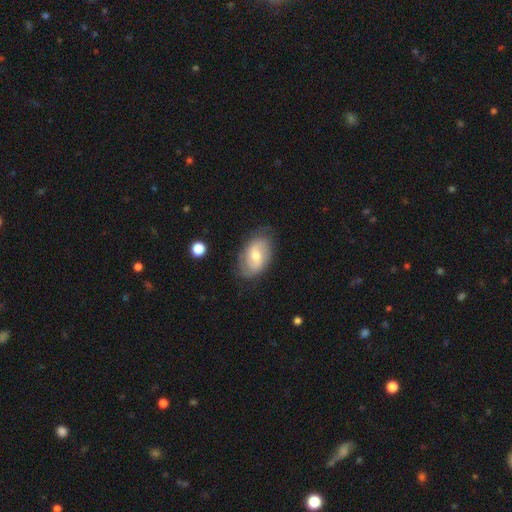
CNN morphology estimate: Smooth or featured? featured or disk (58%)
Edge-on disk? no (95%)
Bar? weak (47%)
Spiral arms? yes (82%)
Bulge size? moderate (63%)
Merging? none (74%)